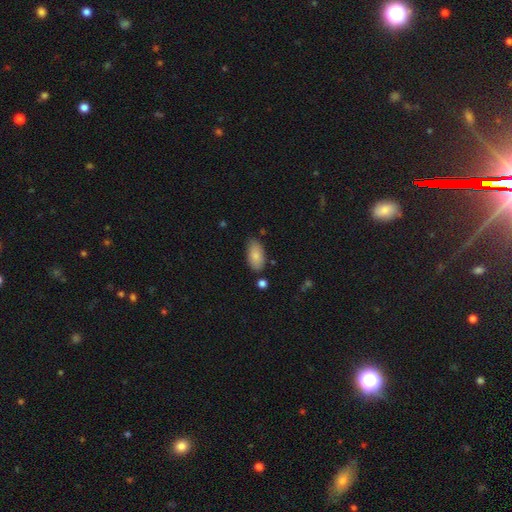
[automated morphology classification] Smooth or featured: smooth — 83% (featured or disk — 10%)
How rounded: in between — 92% (cigar-shaped — 5%)
Merging: none — 76% (minor disturbance — 17%)